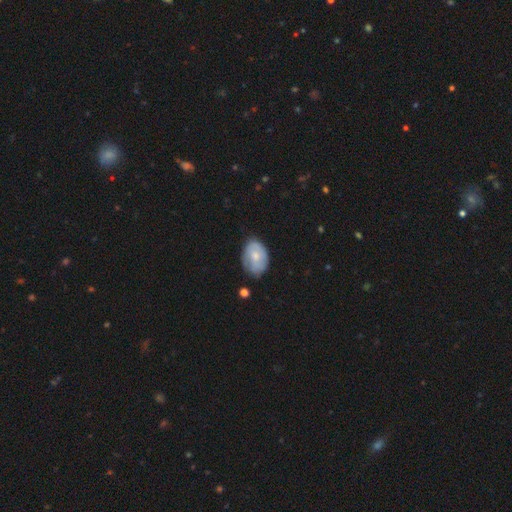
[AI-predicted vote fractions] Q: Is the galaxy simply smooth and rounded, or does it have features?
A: smooth — 55%.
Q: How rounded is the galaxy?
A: in between — 79%.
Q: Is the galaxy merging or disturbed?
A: none — 62%.